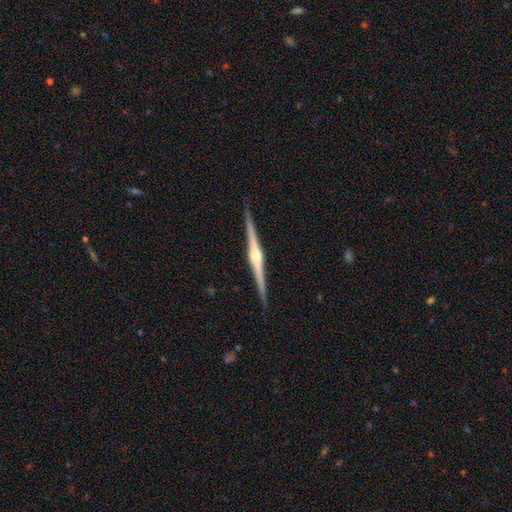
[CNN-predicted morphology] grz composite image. It shows a featured or disk galaxy (88%) viewed edge-on (99%) with a rounded central bulge (83%). Merging: none (92%).